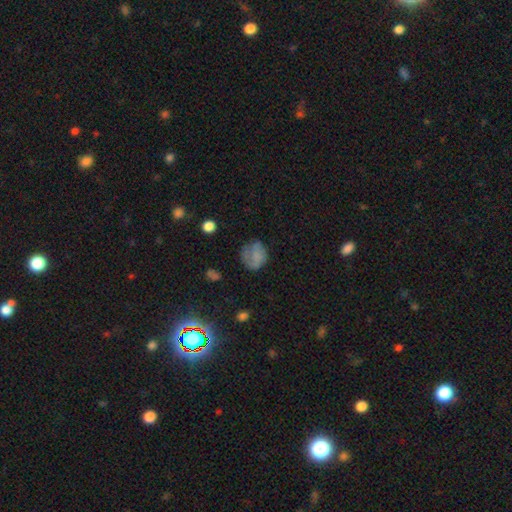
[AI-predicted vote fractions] The model was most divided on "merging": none: 56%, minor disturbance: 26%, major disturbance: 16%, merger: 2%. More confident: how rounded — round (70%); smooth or featured — smooth (66%).